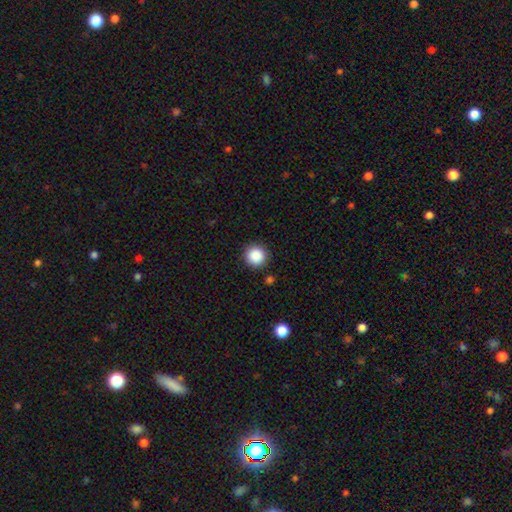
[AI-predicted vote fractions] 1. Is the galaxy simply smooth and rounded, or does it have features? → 87% smooth, 10% star or artifact, 3% featured or disk.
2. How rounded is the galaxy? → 95% round, 4% in between, 1% cigar-shaped.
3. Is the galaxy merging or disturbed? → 90% none, 6% minor disturbance, 2% major disturbance, 2% merger.